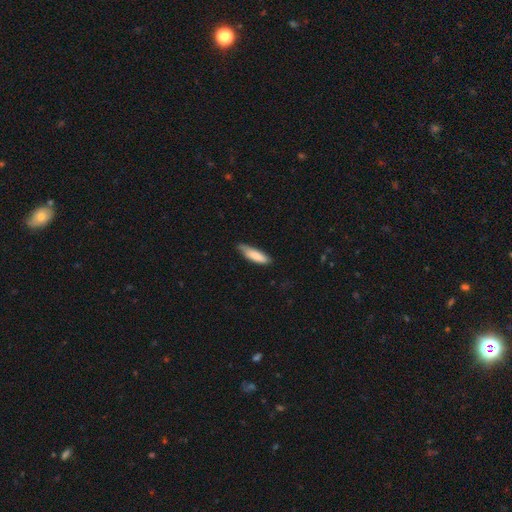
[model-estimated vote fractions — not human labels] Smooth or featured?
  - smooth: 84% *
  - featured or disk: 10%
  - star or artifact: 6%
How rounded?
  - cigar-shaped: 56% *
  - in between: 43%
  - round: 1%
Merging?
  - none: 64% *
  - minor disturbance: 30%
  - major disturbance: 4%
  - merger: 1%